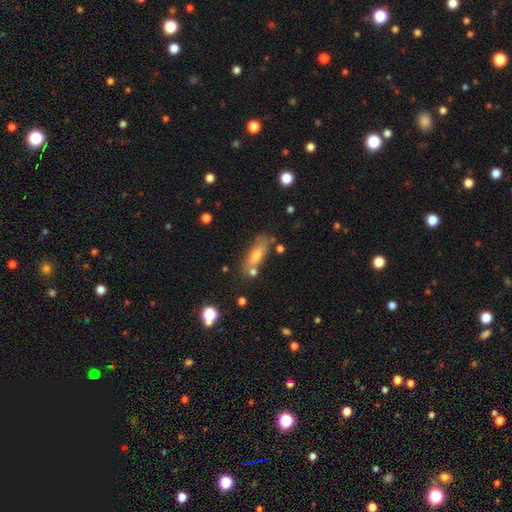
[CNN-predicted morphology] smooth-or-featured: smooth: 61% | featured or disk: 28% | star or artifact: 11%
  how-rounded: in between: 59% | cigar-shaped: 37% | round: 4%
  merging: none: 63% | minor disturbance: 17% | merger: 14% | major disturbance: 6%